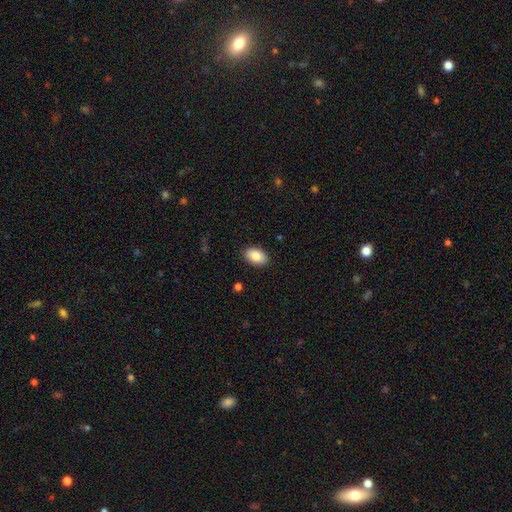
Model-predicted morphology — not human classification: Smooth or featured? Predicted: smooth (p=0.87). How rounded? Predicted: in between (p=0.92). Merging? Predicted: none (p=0.89).